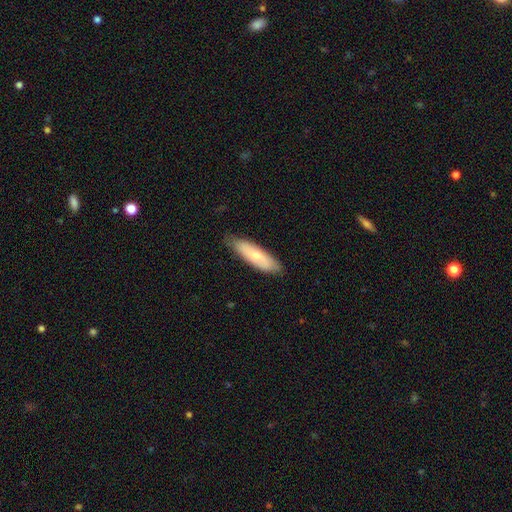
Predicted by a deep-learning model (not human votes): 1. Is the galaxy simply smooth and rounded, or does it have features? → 64% smooth, 30% featured or disk, 6% star or artifact.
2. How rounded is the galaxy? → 55% cigar-shaped, 43% in between, 2% round.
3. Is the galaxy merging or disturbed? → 79% none, 18% minor disturbance, 3% major disturbance, 1% merger.